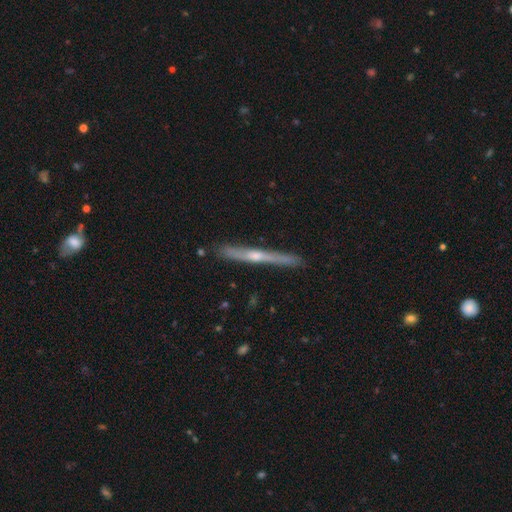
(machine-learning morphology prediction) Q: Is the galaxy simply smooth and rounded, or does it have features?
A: featured or disk — 73%.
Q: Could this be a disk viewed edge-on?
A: yes — 96%.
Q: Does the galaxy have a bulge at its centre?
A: rounded — 79%.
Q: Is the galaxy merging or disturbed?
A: none — 88%.